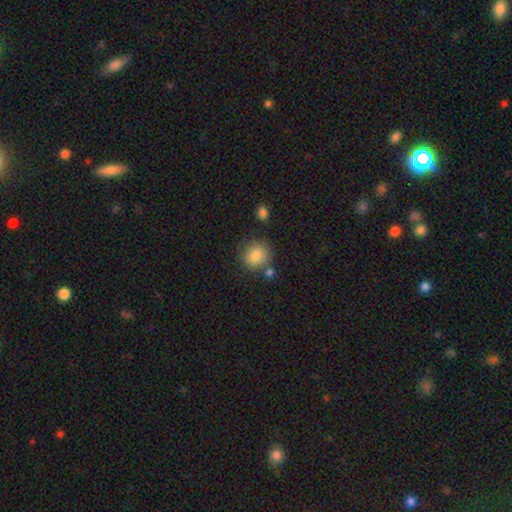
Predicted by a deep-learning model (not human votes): smooth 84%, star or artifact 9%, featured or disk 7%. Down the decision tree: how rounded — round (85%); merging — none (75%).